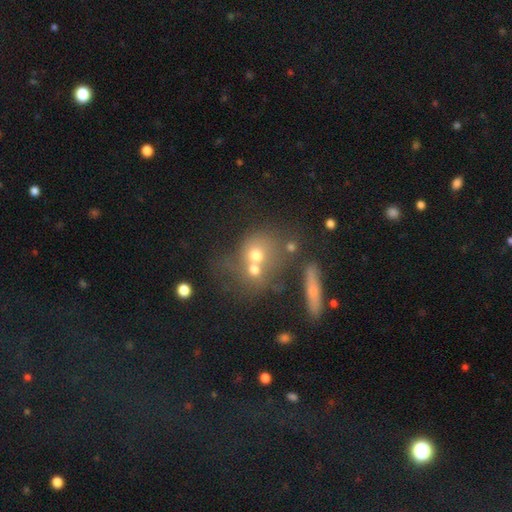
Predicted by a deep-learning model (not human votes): Smooth or featured? smooth (62%)
How rounded? round (70%)
Merging? merger (55%)